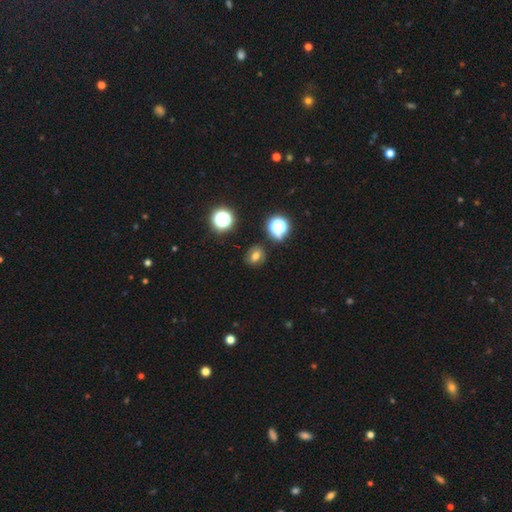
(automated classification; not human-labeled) The model was most divided on "how rounded": round: 62%, in between: 37%, cigar-shaped: 1%. More confident: merging — none (81%); smooth or featured — smooth (61%).